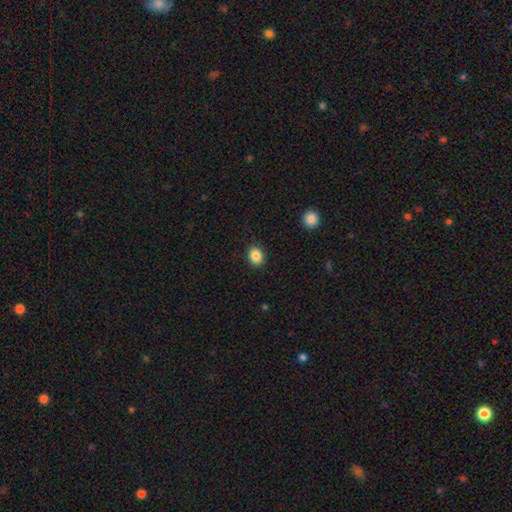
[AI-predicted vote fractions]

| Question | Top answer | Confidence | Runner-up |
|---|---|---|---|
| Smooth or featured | smooth | 86% | star or artifact (10%) |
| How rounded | round | 60% | in between (39%) |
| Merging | none | 90% | minor disturbance (7%) |